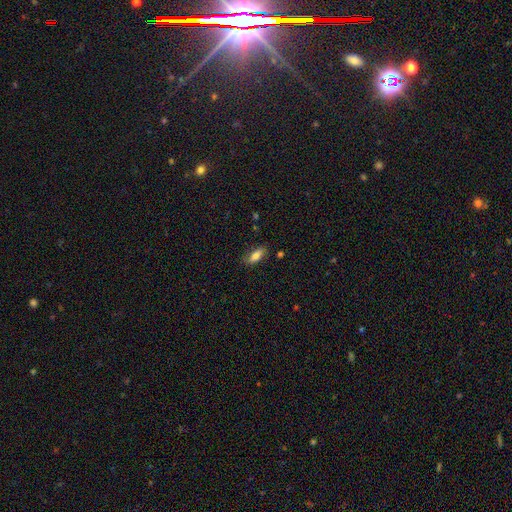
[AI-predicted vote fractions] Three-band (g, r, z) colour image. It shows a smooth galaxy with no disk features (75%) that is in between round and cigar-shaped (76%). Merging: none (78%).